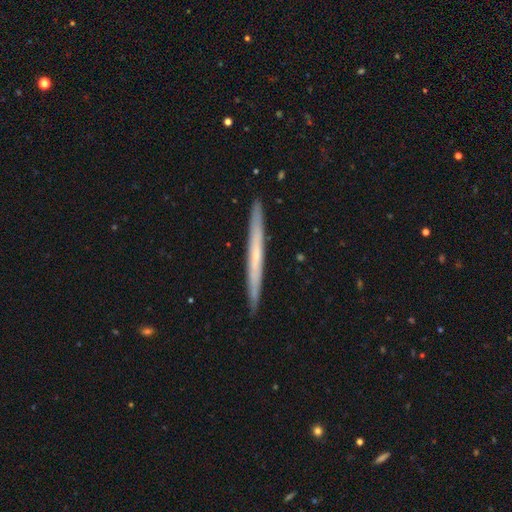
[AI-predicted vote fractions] The model was most divided on "smooth or featured": featured or disk: 57%, smooth: 37%, star or artifact: 6%. More confident: edge-on disk — yes (96%); merging — none (92%); edge-on bulge — none (77%).